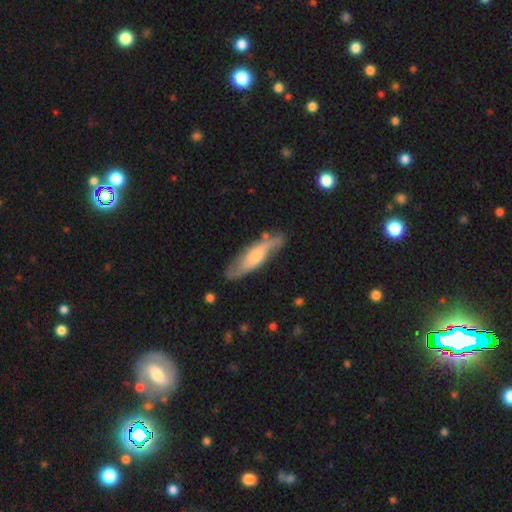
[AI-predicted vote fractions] smooth-or-featured: featured or disk: 62% | smooth: 33% | star or artifact: 5%
  disk-edge-on: no: 67% | yes: 33%
  merging: none: 77% | minor disturbance: 16% | major disturbance: 4% | merger: 3%